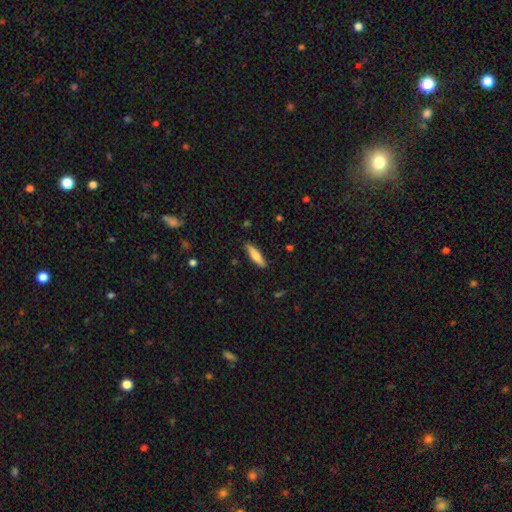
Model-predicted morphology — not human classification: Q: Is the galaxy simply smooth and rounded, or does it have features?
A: smooth — 71%.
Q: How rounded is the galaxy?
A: cigar-shaped — 70%.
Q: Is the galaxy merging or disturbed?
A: none — 85%.